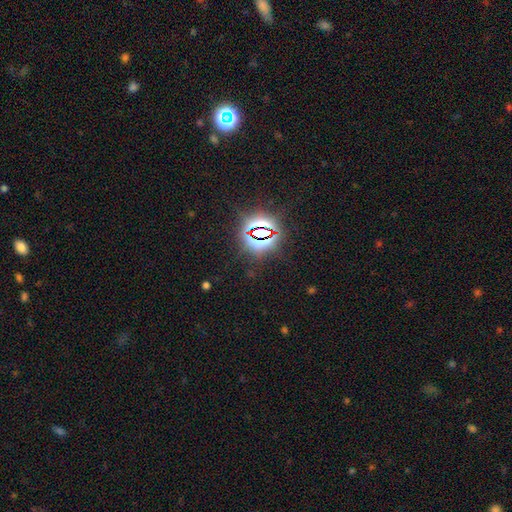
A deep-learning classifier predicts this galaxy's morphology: Smooth or featured? Predicted: star or artifact (p=0.82).